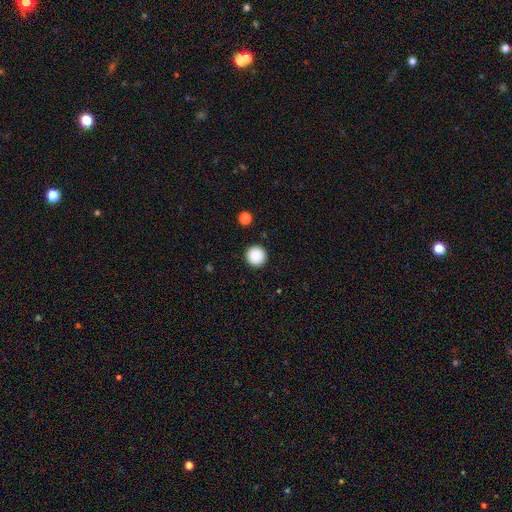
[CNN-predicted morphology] smooth_or_featured: smooth (p=0.88) [alt: star or artifact p=0.09]
how_rounded: round (p=0.96) [alt: in between p=0.03]
merging: none (p=0.93) [alt: minor disturbance p=0.05]